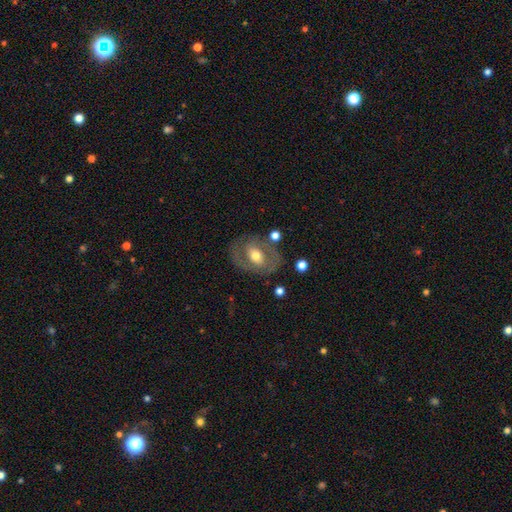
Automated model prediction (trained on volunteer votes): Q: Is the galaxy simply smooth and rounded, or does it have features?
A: featured or disk — 58%.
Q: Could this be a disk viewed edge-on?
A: no — 94%.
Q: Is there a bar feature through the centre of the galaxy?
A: no — 55%.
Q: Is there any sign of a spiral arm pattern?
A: no — 57%.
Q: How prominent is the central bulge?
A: moderate — 70%.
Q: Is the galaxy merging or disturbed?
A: none — 72%.